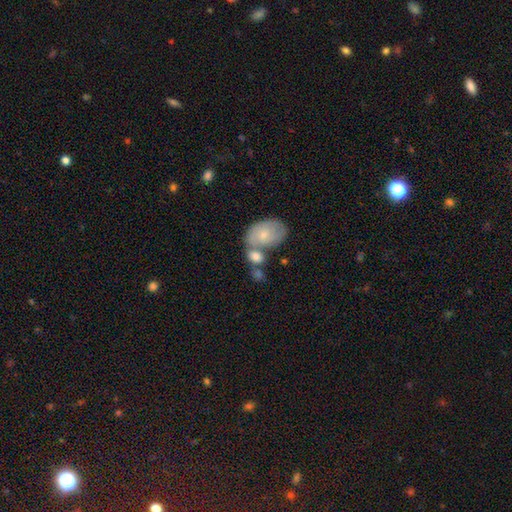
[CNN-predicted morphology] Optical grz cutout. It shows a smooth galaxy with no disk features (62%) that is in between round and cigar-shaped (79%). Merging: merger (47%).